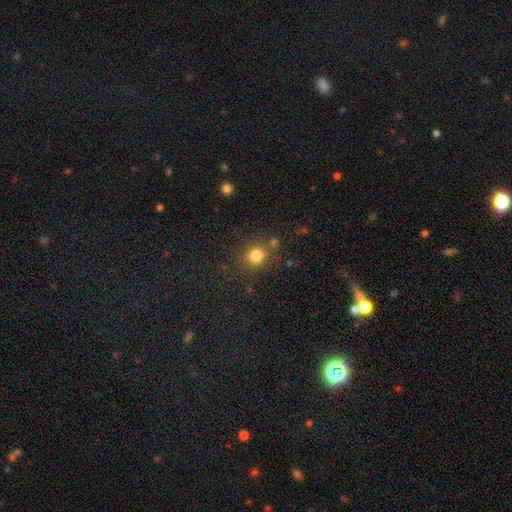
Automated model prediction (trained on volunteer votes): This appears to be a smooth galaxy with no disk features (80%) that is round (85%). Merging: none (79%).